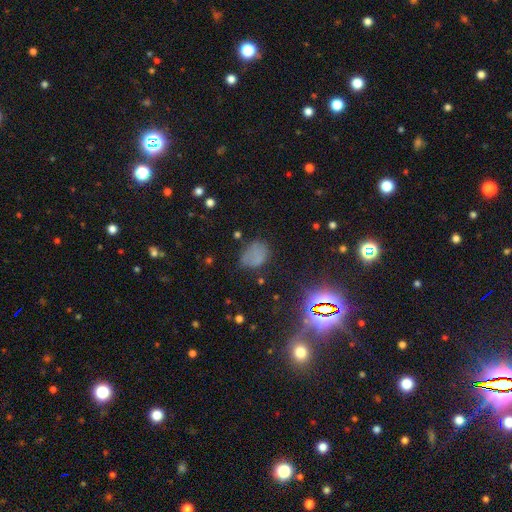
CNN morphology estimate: A smooth galaxy with no disk features (62%) that is in between round and cigar-shaped (73%).

Vote fractions:
- Smooth or featured? smooth: 62% / star or artifact: 24% / featured or disk: 14%
- How rounded? in between: 73% / round: 25% / cigar-shaped: 2%
- Merging? none: 57% / minor disturbance: 26% / major disturbance: 14% / merger: 3%